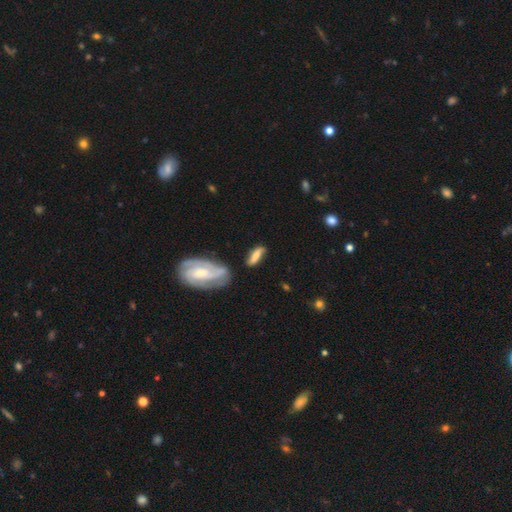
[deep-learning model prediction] This appears to be a smooth galaxy with no disk features (56%) that is in between round and cigar-shaped (49%). Merging: none (69%).